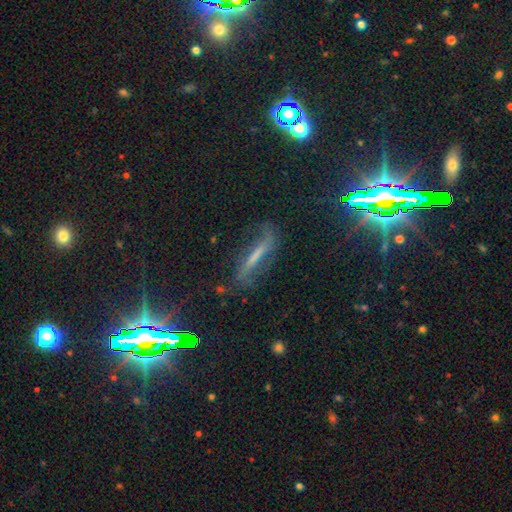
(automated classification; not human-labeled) smooth_or_featured: featured or disk (p=0.47) [alt: smooth p=0.27]
merging: none (p=0.60) [alt: minor disturbance p=0.22]